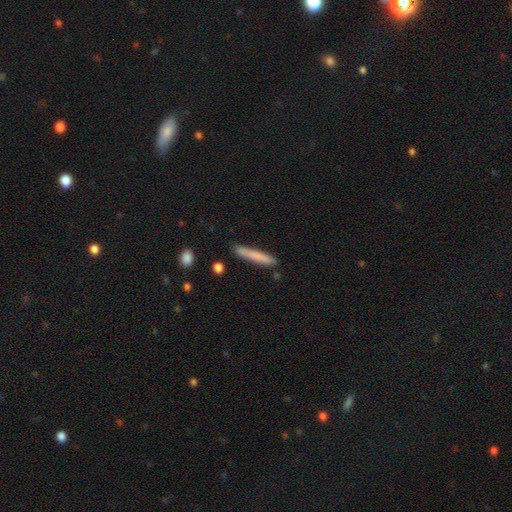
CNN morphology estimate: Smooth or featured?
  - smooth: 77% *
  - featured or disk: 17%
  - star or artifact: 6%
How rounded?
  - cigar-shaped: 94% *
  - in between: 4%
  - round: 1%
Merging?
  - none: 81% *
  - minor disturbance: 13%
  - merger: 3%
  - major disturbance: 2%